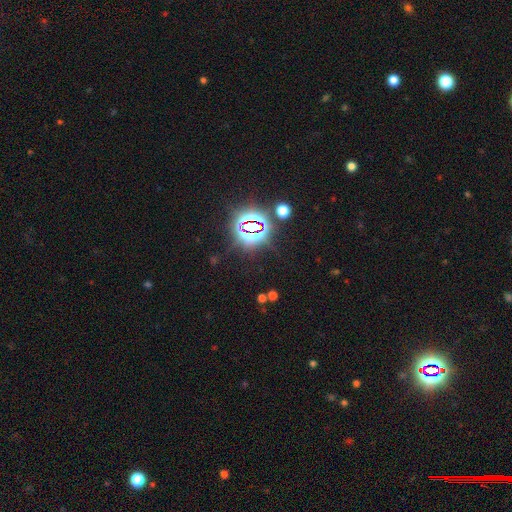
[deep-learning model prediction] Smooth or featured? star or artifact (78%)